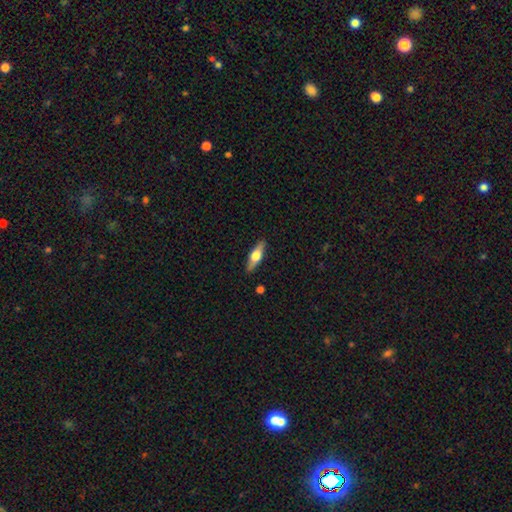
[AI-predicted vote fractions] Smooth or featured?
  - featured or disk: 54% *
  - smooth: 40%
  - star or artifact: 6%
Edge-on disk?
  - yes: 93% *
  - no: 7%
Edge-on bulge?
  - rounded: 93% *
  - boxy: 5%
  - none: 2%
Merging?
  - none: 88% *
  - minor disturbance: 9%
  - major disturbance: 2%
  - merger: 1%